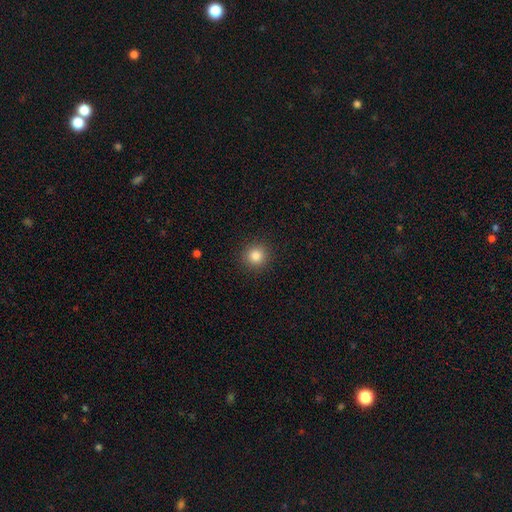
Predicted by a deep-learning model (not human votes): Smooth or featured: smooth — 83% (star or artifact — 12%)
How rounded: round — 92% (in between — 8%)
Merging: none — 91% (minor disturbance — 6%)